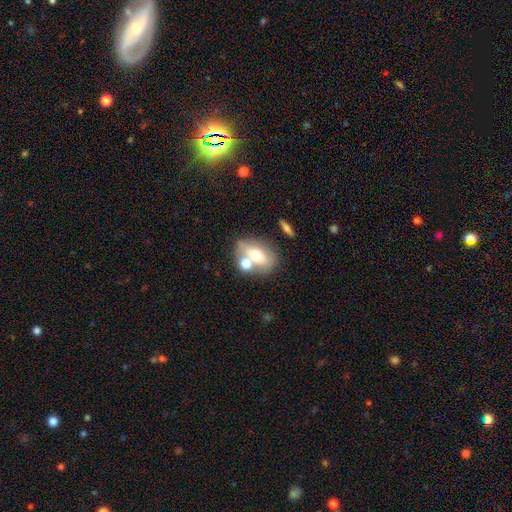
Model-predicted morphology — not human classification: This is possibly a smooth galaxy (60%). How rounded: likely in between (66%). Merging: possibly none (51%).